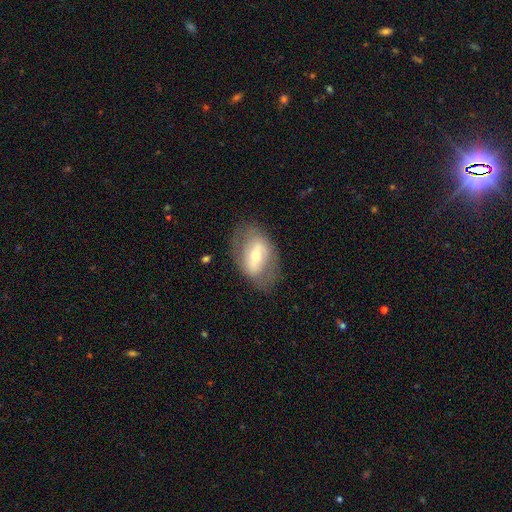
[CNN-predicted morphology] Smooth or featured?
  - featured or disk: 56% *
  - smooth: 37%
  - star or artifact: 7%
Edge-on disk?
  - no: 90% *
  - yes: 10%
Bar?
  - strong: 45% *
  - weak: 35%
  - no: 21%
Spiral arms?
  - no: 59% *
  - yes: 41%
Bulge size?
  - moderate: 50% *
  - small: 42%
  - large: 6%
  - dominant: 1%
  - none: 1%
Merging?
  - none: 72% *
  - minor disturbance: 17%
  - major disturbance: 9%
  - merger: 1%